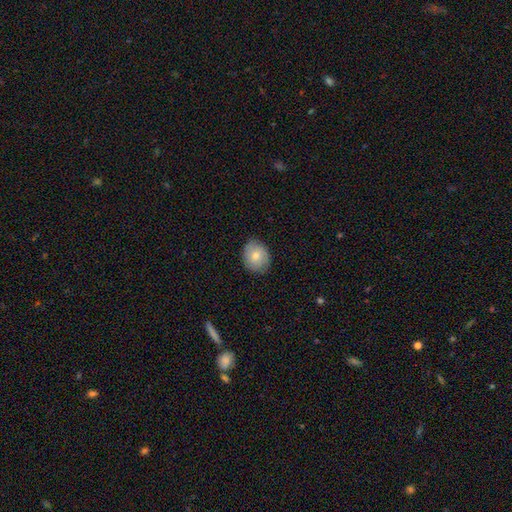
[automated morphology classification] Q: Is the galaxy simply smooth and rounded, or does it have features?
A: smooth — 67%.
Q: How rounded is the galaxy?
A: round — 59%.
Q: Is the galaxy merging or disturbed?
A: none — 83%.